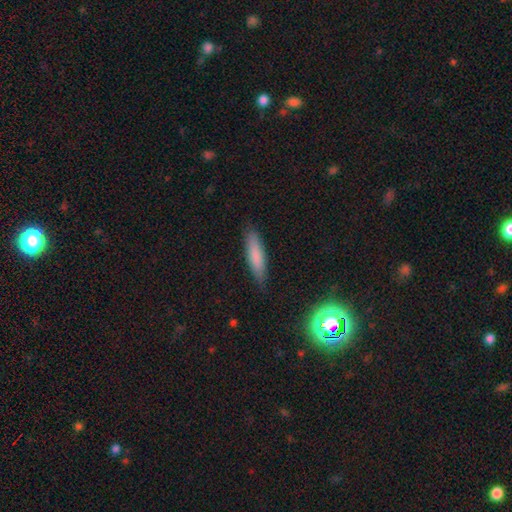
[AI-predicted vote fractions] smooth-or-featured: smooth: 78% | featured or disk: 14% | star or artifact: 8%
  how-rounded: cigar-shaped: 77% | in between: 22% | round: 2%
  merging: none: 85% | minor disturbance: 11% | major disturbance: 2% | merger: 1%